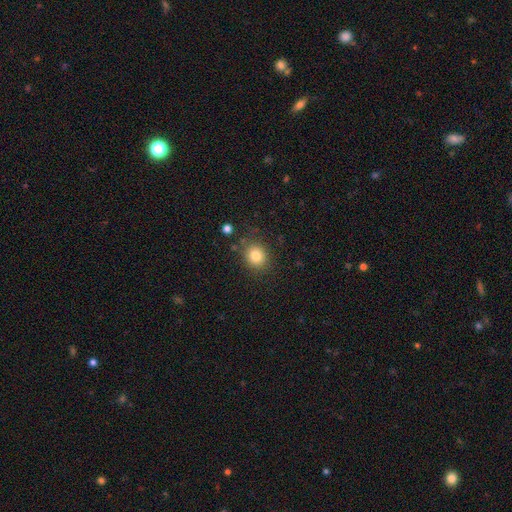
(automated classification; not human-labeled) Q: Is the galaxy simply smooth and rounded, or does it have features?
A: smooth — 81%.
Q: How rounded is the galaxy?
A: round — 78%.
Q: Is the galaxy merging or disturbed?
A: none — 83%.